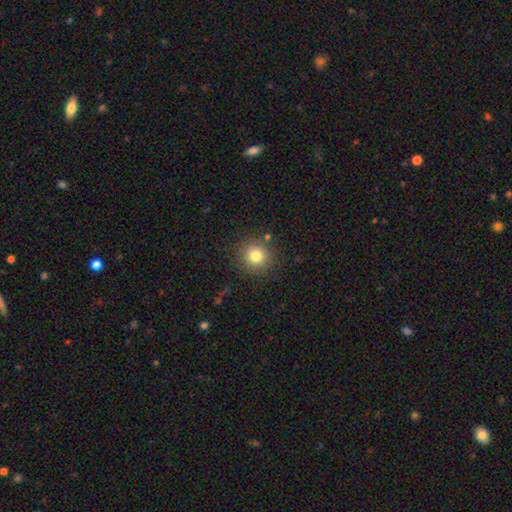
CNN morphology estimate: This appears to be a smooth galaxy with no disk features (80%) that is round (93%). Merging: none (86%).